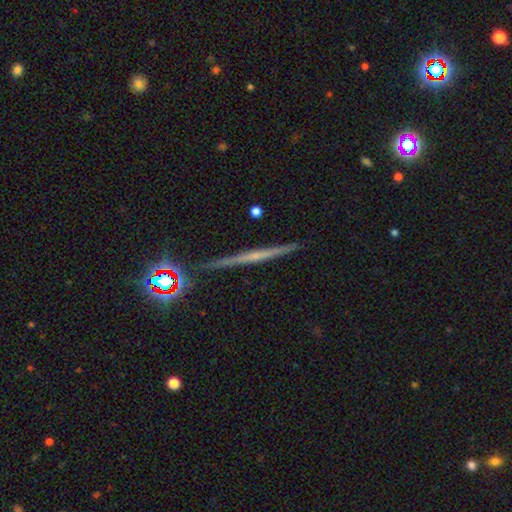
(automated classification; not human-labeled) Smooth or featured? Predicted: featured or disk (p=0.60). Edge-on disk? Predicted: yes (p=0.97). Edge-on bulge? Predicted: none (p=0.63). Merging? Predicted: none (p=0.89).